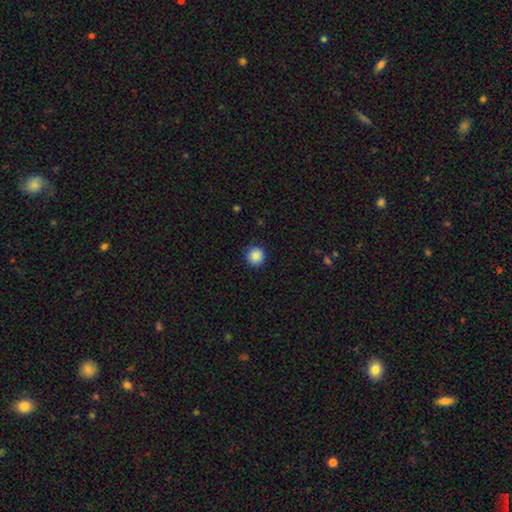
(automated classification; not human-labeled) A smooth galaxy with no disk features (88%) that is round (94%).

Vote fractions:
- Smooth or featured? smooth: 88% / star or artifact: 9% / featured or disk: 3%
- How rounded? round: 94% / in between: 5% / cigar-shaped: 1%
- Merging? none: 91% / minor disturbance: 6% / major disturbance: 2% / merger: 1%